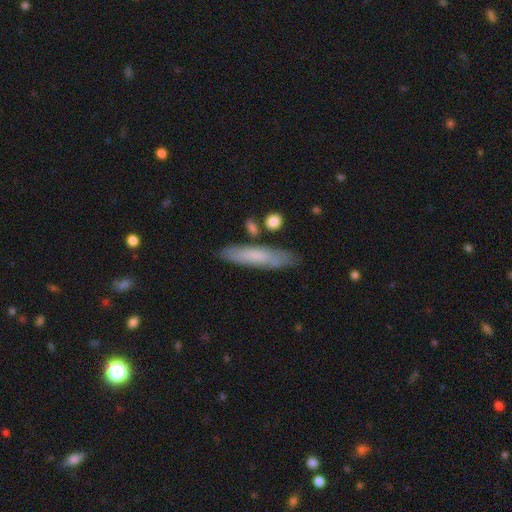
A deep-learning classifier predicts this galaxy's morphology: Overall: smooth (66%; featured or disk 28%). How rounded: cigar-shaped (82%). Merging: none (78%).